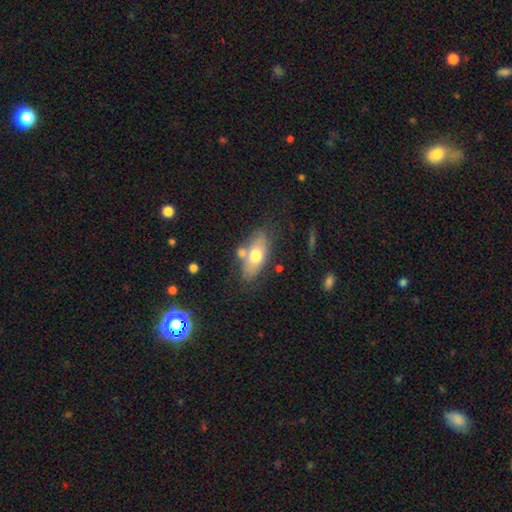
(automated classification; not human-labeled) Smooth or featured? smooth (62%)
How rounded? in between (83%)
Merging? none (61%)